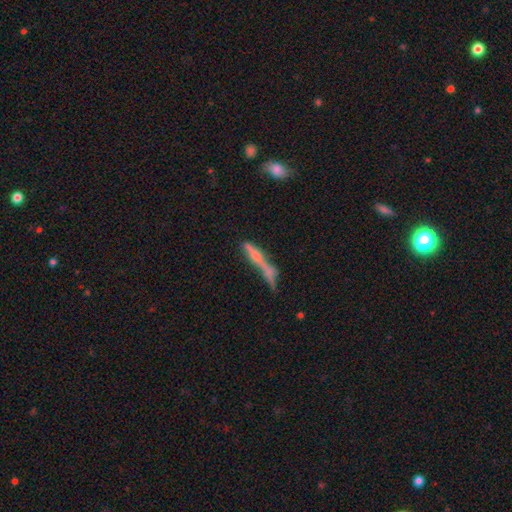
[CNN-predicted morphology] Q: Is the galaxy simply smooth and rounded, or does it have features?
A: featured or disk — 48%.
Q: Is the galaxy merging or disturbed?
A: none — 35%.